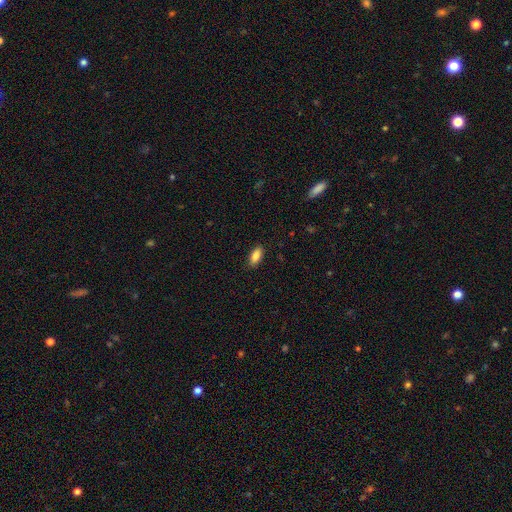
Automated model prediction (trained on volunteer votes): Smooth or featured? Predicted: smooth (p=0.88). How rounded? Predicted: in between (p=0.88). Merging? Predicted: none (p=0.87).